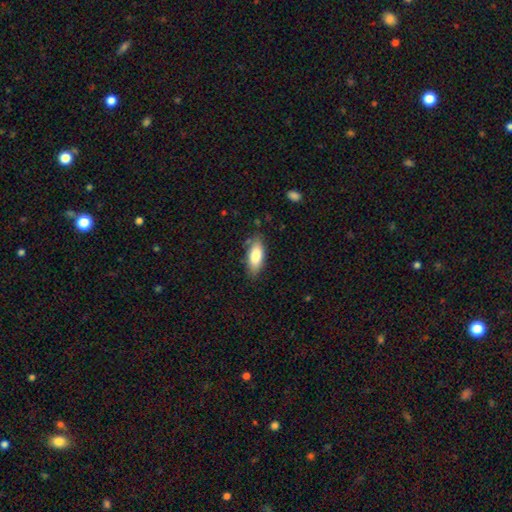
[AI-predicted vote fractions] Smooth or featured? Predicted: smooth (p=0.83). How rounded? Predicted: in between (p=0.80). Merging? Predicted: none (p=0.78).